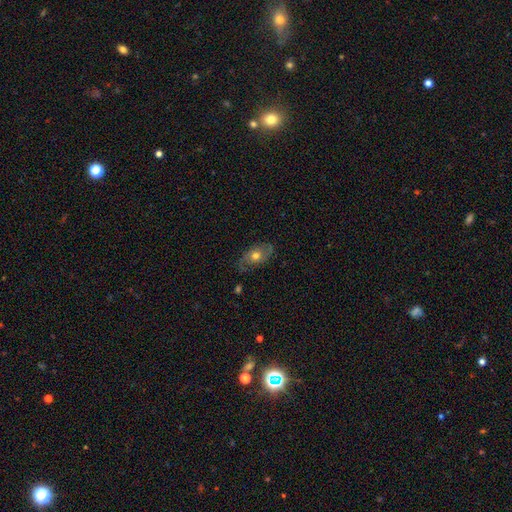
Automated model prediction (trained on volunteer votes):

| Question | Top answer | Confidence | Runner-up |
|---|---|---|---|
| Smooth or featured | featured or disk | 49% | smooth (43%) |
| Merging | none | 69% | minor disturbance (22%) |